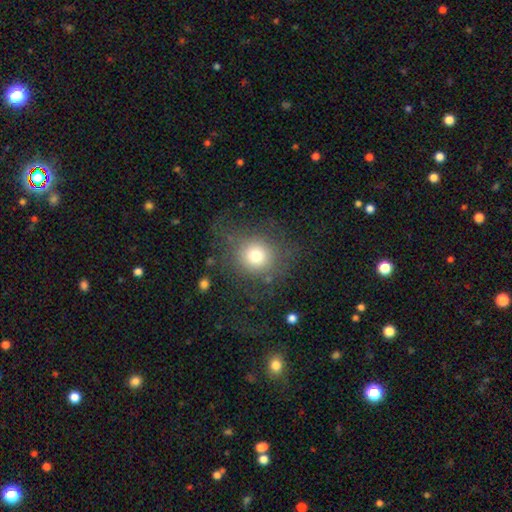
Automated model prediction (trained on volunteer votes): Smooth or featured?
  - smooth: 71% *
  - featured or disk: 16%
  - star or artifact: 14%
How rounded?
  - round: 89% *
  - in between: 10%
  - cigar-shaped: 1%
Merging?
  - none: 70% *
  - major disturbance: 14%
  - minor disturbance: 14%
  - merger: 2%